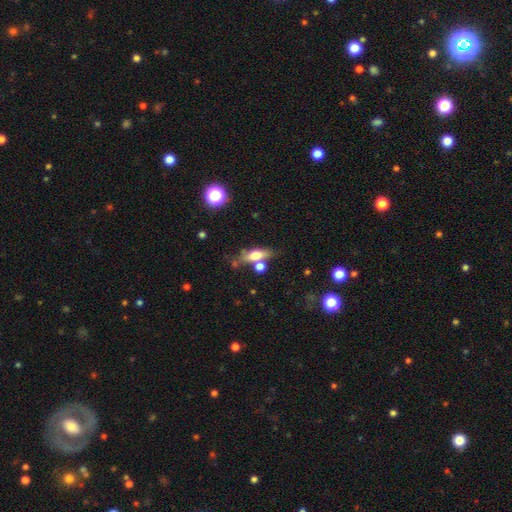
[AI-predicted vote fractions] Smooth or featured: smooth — 59% (featured or disk — 31%)
How rounded: in between — 61% (cigar-shaped — 32%)
Merging: none — 59% (merger — 20%)